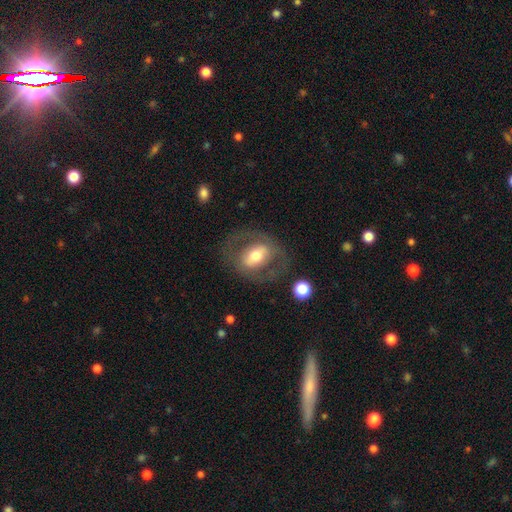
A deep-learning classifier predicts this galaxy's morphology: A featured or disk galaxy (56%) with a strong bar (36%), no spiral arms (74%) and a moderate central bulge (65%).

Vote fractions:
- Smooth or featured? featured or disk: 56% / smooth: 37% / star or artifact: 7%
- Edge-on disk? no: 92% / yes: 8%
- Bar? strong: 36% / no: 35% / weak: 29%
- Spiral arms? no: 74% / yes: 26%
- Bulge size? moderate: 65% / large: 20% / small: 12% / dominant: 2% / none: 1%
- Merging? none: 71% / minor disturbance: 14% / major disturbance: 13% / merger: 2%